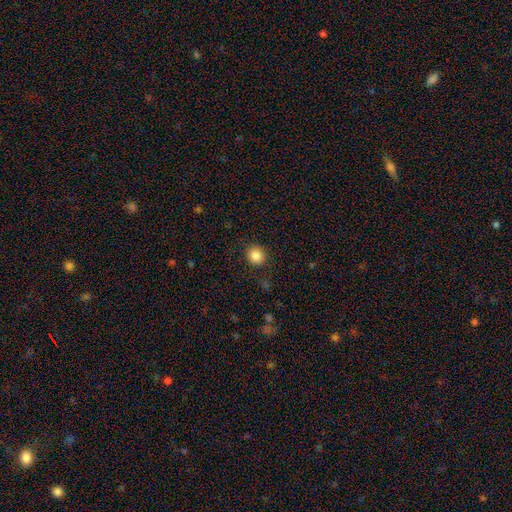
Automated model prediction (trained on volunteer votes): Smooth or featured? Predicted: smooth (p=0.85). How rounded? Predicted: round (p=0.88). Merging? Predicted: none (p=0.89).